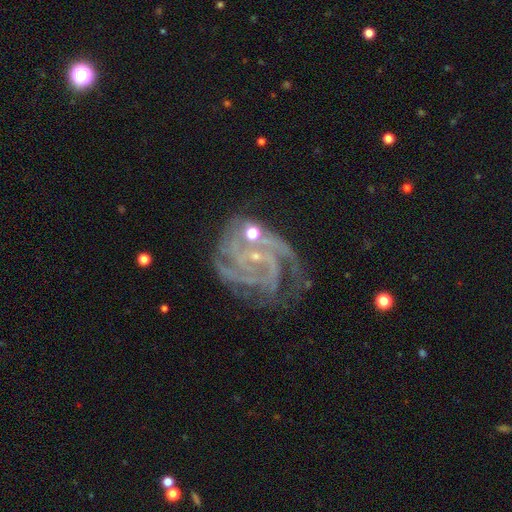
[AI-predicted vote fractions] Smooth or featured? Predicted: featured or disk (p=0.86). Edge-on disk? Predicted: no (p=0.98). Bar? Predicted: no (p=0.58). Spiral arms? Predicted: yes (p=0.98). Spiral winding? Predicted: tight (p=0.64). Spiral arm count? Predicted: 3 (p=0.28). Bulge size? Predicted: small (p=0.79). Merging? Predicted: none (p=0.57).